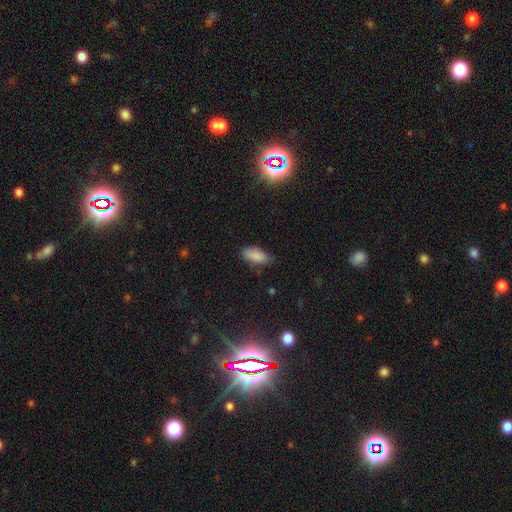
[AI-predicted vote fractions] Smooth or featured: smooth — 86% (star or artifact — 8%)
How rounded: in between — 89% (cigar-shaped — 9%)
Merging: none — 66% (minor disturbance — 27%)